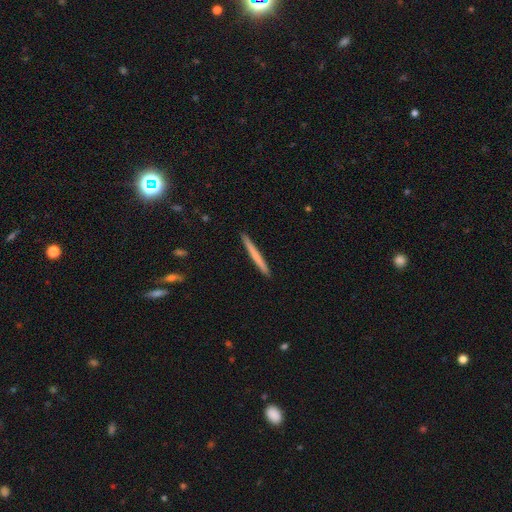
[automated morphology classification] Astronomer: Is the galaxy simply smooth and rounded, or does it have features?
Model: smooth — 64%.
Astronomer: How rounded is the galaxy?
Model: cigar-shaped — 97%.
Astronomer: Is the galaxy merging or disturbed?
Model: none — 93%.